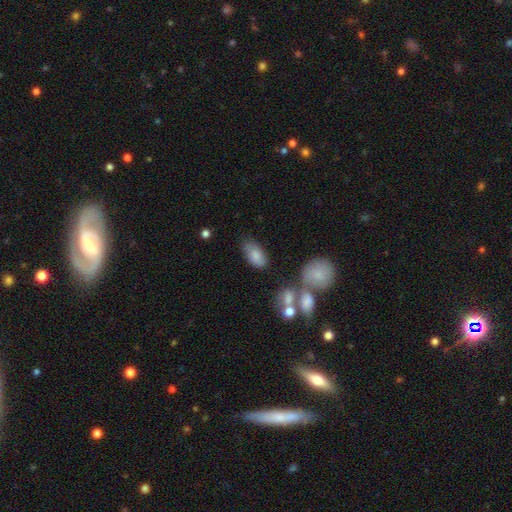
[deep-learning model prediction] Morphology: type=smooth (78%); roundness=in between (92%); merging=none (67%).